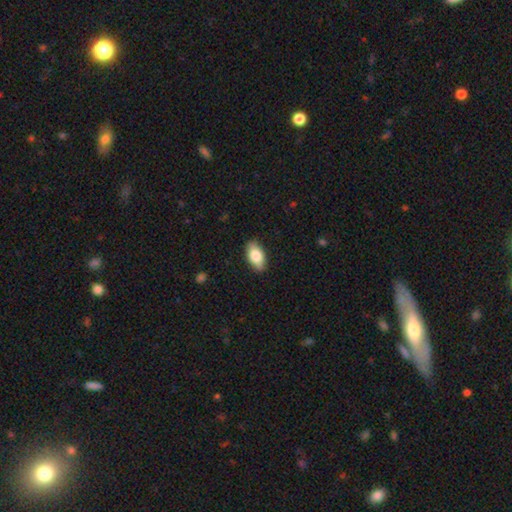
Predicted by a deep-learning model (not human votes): Smooth or featured?
  - smooth: 82% *
  - featured or disk: 12%
  - star or artifact: 6%
How rounded?
  - in between: 92% *
  - cigar-shaped: 5%
  - round: 4%
Merging?
  - none: 87% *
  - minor disturbance: 10%
  - major disturbance: 2%
  - merger: 1%